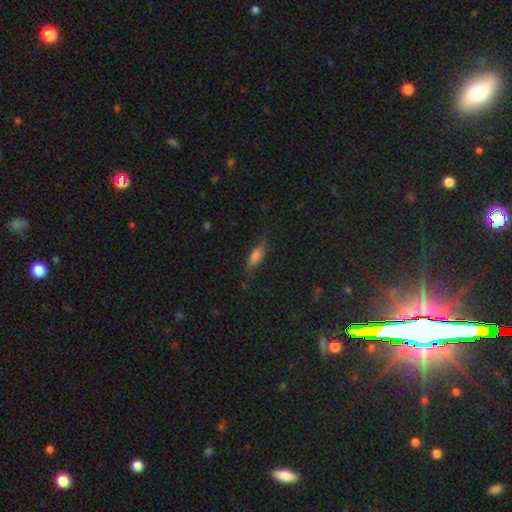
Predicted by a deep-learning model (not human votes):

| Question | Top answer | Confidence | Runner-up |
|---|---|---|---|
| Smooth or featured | smooth | 72% | featured or disk (16%) |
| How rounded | in between | 65% | cigar-shaped (32%) |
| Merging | none | 67% | minor disturbance (23%) |